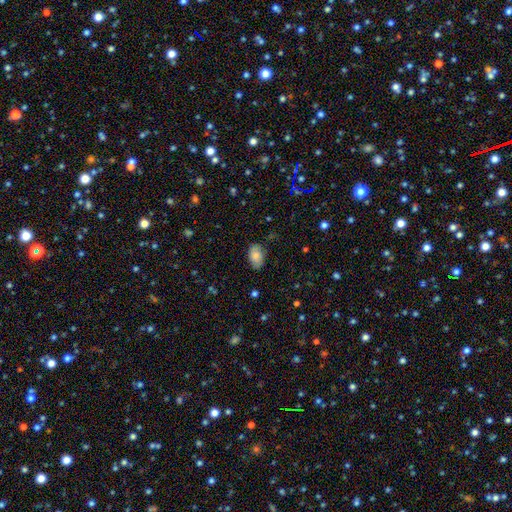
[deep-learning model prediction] This appears to be a smooth galaxy with no disk features (79%) that is in between round and cigar-shaped (92%). Merging: none (78%).